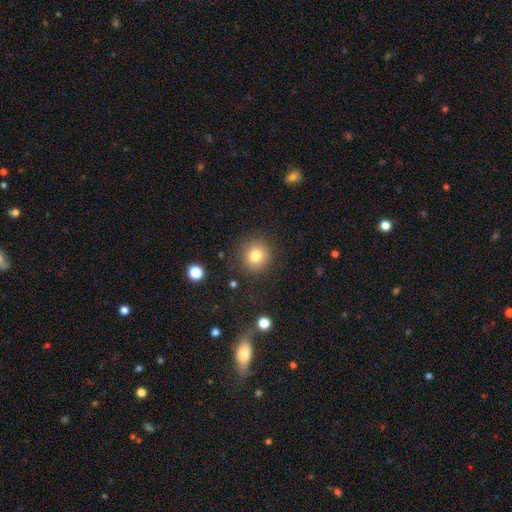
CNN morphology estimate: This appears to be a smooth galaxy with no disk features (80%) that is round (89%). Merging: none (86%).